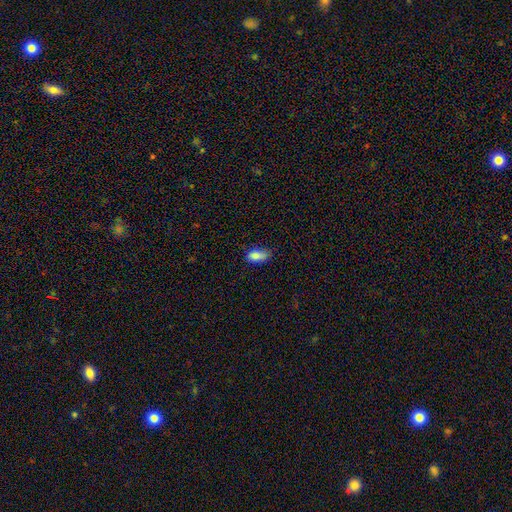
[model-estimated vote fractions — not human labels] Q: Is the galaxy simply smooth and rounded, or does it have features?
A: smooth — 84%.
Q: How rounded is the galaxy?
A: in between — 89%.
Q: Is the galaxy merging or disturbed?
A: none — 66%.